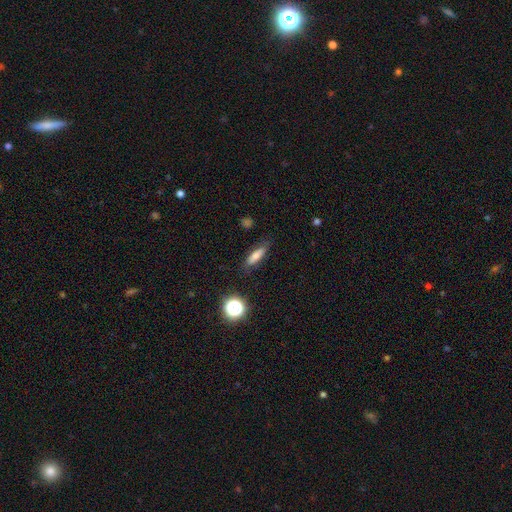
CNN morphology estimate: smooth-or-featured: smooth: 67% | featured or disk: 21% | star or artifact: 11%
  how-rounded: cigar-shaped: 60% | in between: 35% | round: 5%
  merging: none: 79% | minor disturbance: 15% | major disturbance: 4% | merger: 2%